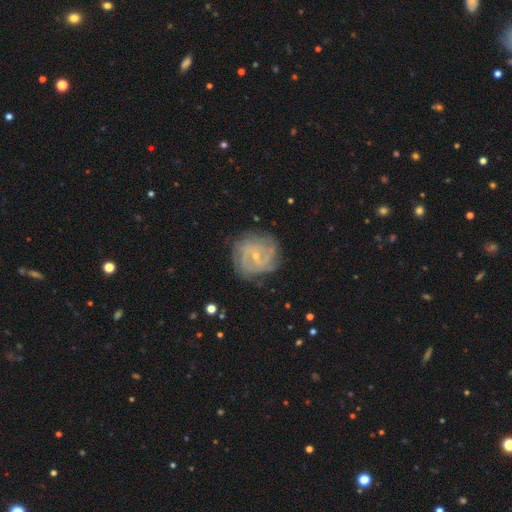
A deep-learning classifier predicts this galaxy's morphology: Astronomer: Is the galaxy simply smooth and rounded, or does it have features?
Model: featured or disk — 81%.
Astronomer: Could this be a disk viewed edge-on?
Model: no — 98%.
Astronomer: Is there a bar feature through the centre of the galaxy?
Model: no — 45%, tied with weak at 45%.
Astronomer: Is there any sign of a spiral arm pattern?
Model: yes — 93%.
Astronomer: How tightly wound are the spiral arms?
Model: tight — 58%.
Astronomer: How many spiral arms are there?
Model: can't tell — 33% (runner-up: 2, 23%).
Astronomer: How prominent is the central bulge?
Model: small — 78%.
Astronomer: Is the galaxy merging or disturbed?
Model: none — 75%.